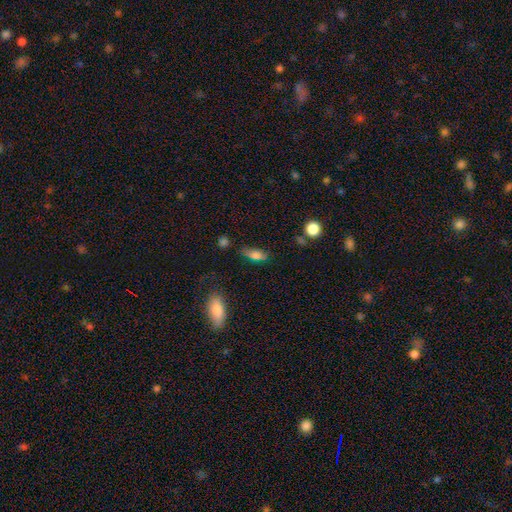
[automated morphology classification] The model was most divided on "how rounded": in between: 69%, cigar-shaped: 27%, round: 4%. More confident: smooth or featured — smooth (75%); merging — none (70%).